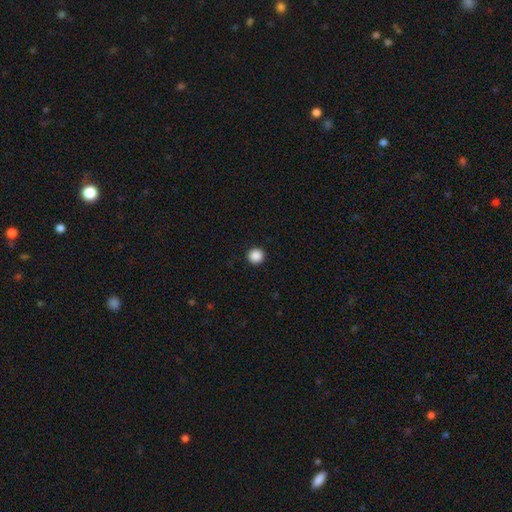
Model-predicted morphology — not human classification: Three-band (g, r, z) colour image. It shows a smooth galaxy with no disk features (89%) that is round (96%). Merging: none (93%).